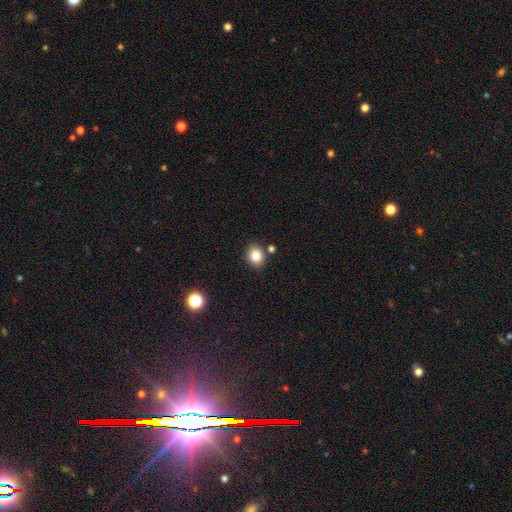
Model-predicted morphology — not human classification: A smooth galaxy with no disk features (83%) that is round (62%). Merging: none (81%).